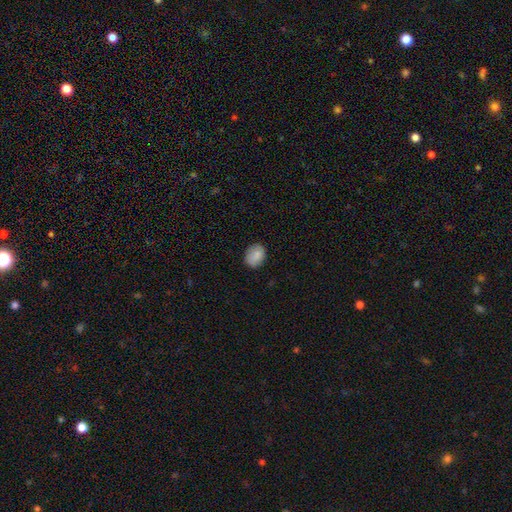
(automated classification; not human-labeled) A smooth galaxy with no disk features (85%) that is round (51%). Merging: none (83%).